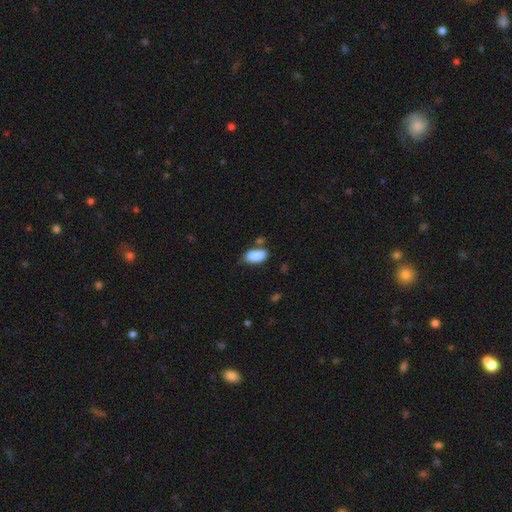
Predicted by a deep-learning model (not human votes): A smooth galaxy with no disk features (87%) that is in between round and cigar-shaped (89%). Merging: none (54%).